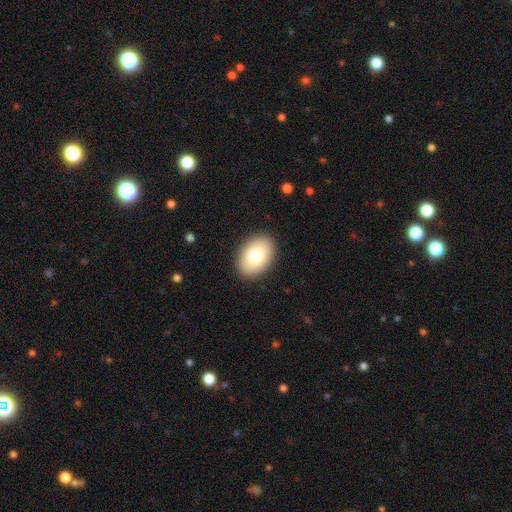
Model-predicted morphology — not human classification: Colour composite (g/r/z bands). It shows a smooth galaxy with no disk features (77%) that is in between round and cigar-shaped (83%). Merging: none (89%).